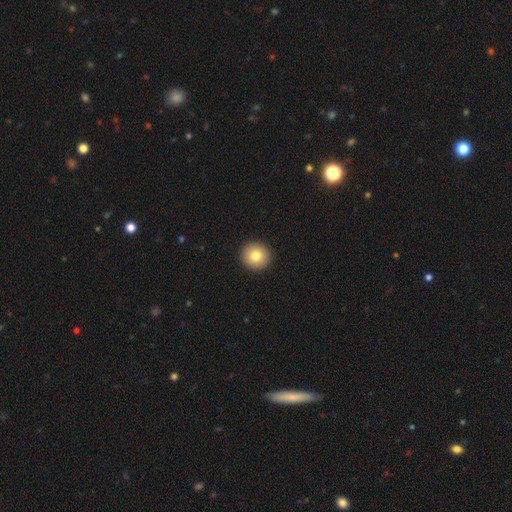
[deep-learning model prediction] Q: Smooth or featured?
A: smooth (81%); runner-up: featured or disk (10%)
Q: How rounded?
A: round (94%); runner-up: in between (5%)
Q: Merging?
A: none (94%); runner-up: minor disturbance (4%)